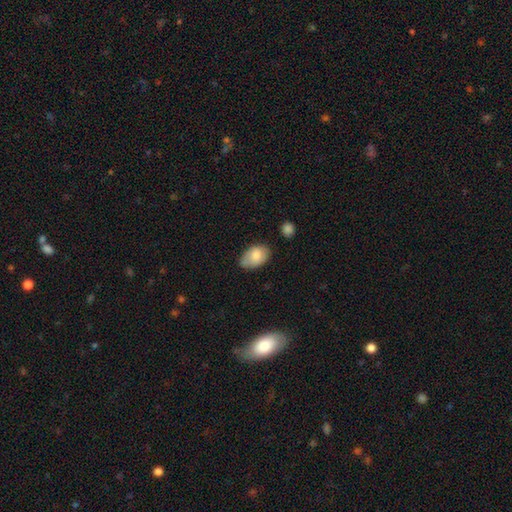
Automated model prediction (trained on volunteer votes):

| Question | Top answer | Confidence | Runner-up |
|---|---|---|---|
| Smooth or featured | smooth | 81% | featured or disk (12%) |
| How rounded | in between | 91% | round (8%) |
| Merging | none | 62% | minor disturbance (29%) |